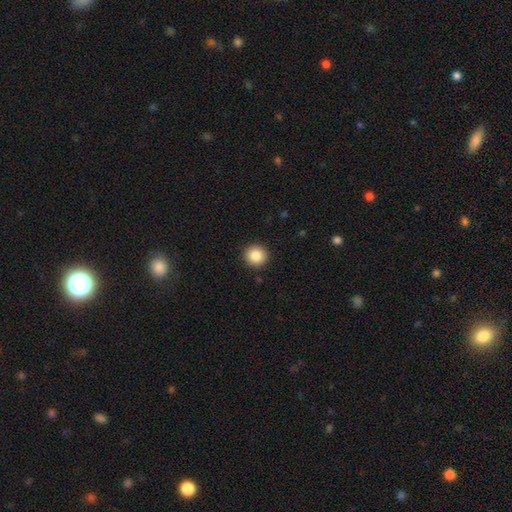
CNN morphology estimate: smooth_or_featured: smooth (p=0.85) [alt: star or artifact p=0.09]
how_rounded: round (p=0.95) [alt: in between p=0.05]
merging: none (p=0.92) [alt: minor disturbance p=0.05]